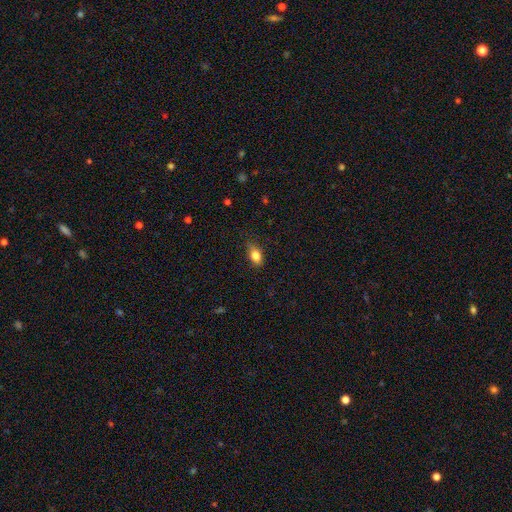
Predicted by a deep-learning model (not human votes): smooth 81%, featured or disk 9%, star or artifact 9%. Down the decision tree: how rounded — in between (79%); merging — none (74%).